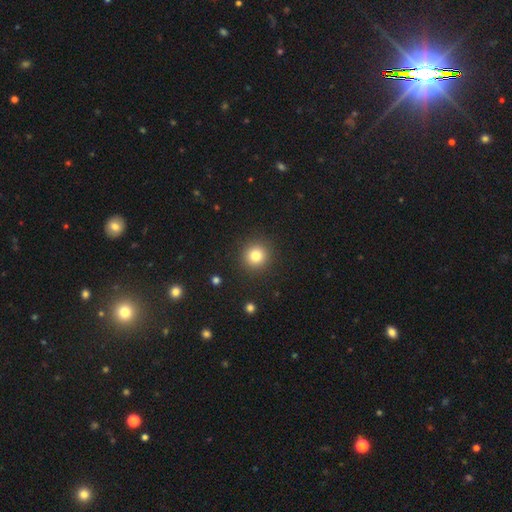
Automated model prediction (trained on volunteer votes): Smooth or featured: smooth — 81% (star or artifact — 12%)
How rounded: round — 94% (in between — 5%)
Merging: none — 91% (minor disturbance — 6%)